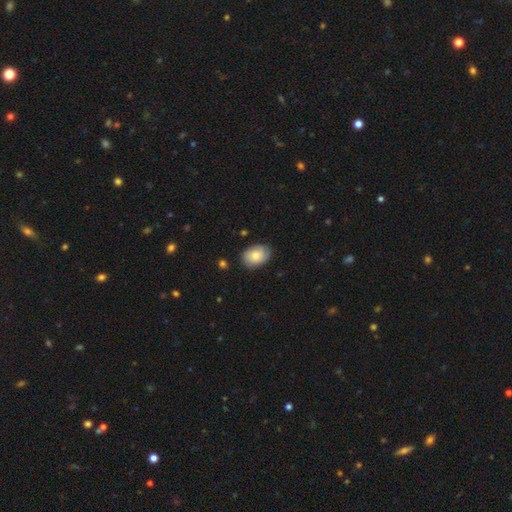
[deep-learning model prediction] Smooth or featured? smooth (74%)
How rounded? in between (80%)
Merging? none (79%)